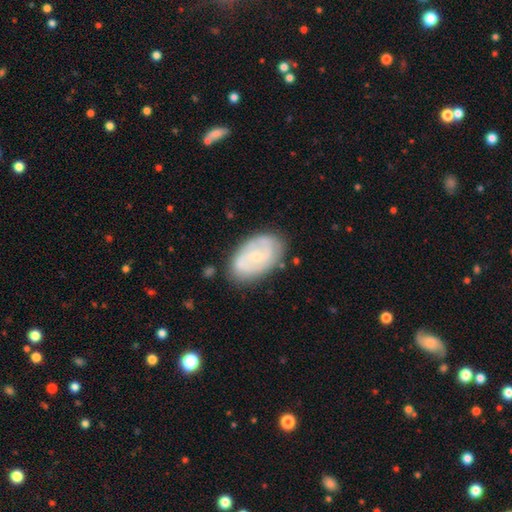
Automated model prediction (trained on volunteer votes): Q: Smooth or featured?
A: featured or disk (67%); runner-up: smooth (27%)
Q: Edge-on disk?
A: no (96%); runner-up: yes (4%)
Q: Bar?
A: no (60%); runner-up: weak (33%)
Q: Spiral arms?
A: yes (80%); runner-up: no (20%)
Q: Spiral winding?
A: tight (45%); runner-up: medium (40%)
Q: Spiral arm count?
A: 2 (61%); runner-up: can't tell (25%)
Q: Bulge size?
A: small (68%); runner-up: moderate (25%)
Q: Merging?
A: none (74%); runner-up: minor disturbance (18%)